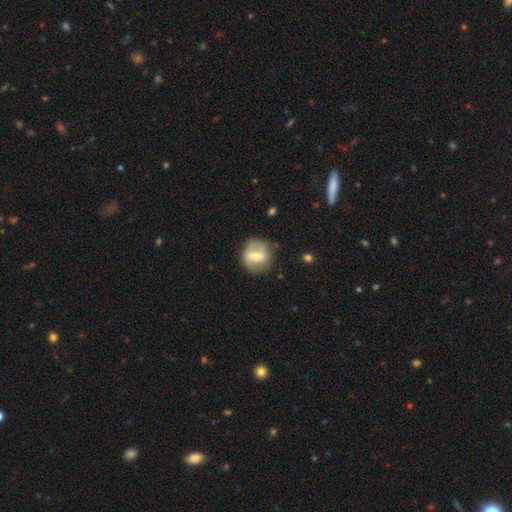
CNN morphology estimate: This appears to be a featured or disk galaxy (62%) with a weak bar (46%), spiral arms (76%) and a moderate central bulge (55%). Merging: none (76%).